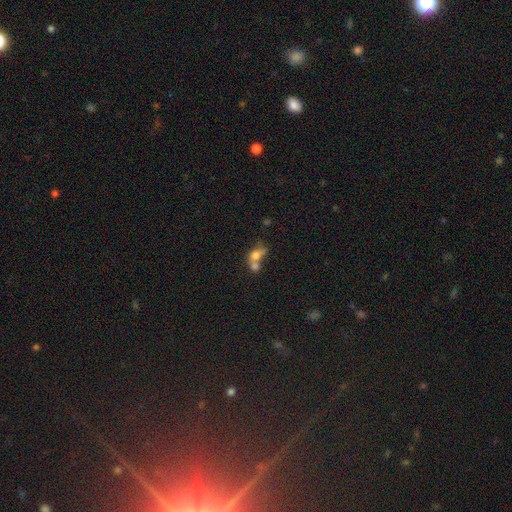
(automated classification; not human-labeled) smooth 71%, featured or disk 19%, star or artifact 10%. Down the decision tree: how rounded — in between (58%); merging — merger (65%).